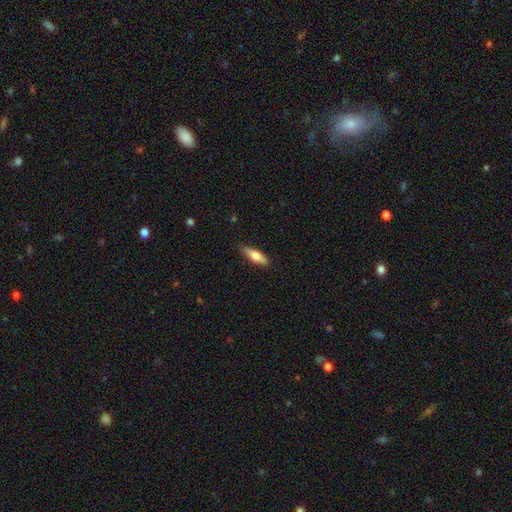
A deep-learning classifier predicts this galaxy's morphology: The model was most divided on "how rounded": cigar-shaped: 53%, in between: 44%, round: 2%. More confident: merging — none (85%); smooth or featured — smooth (66%).